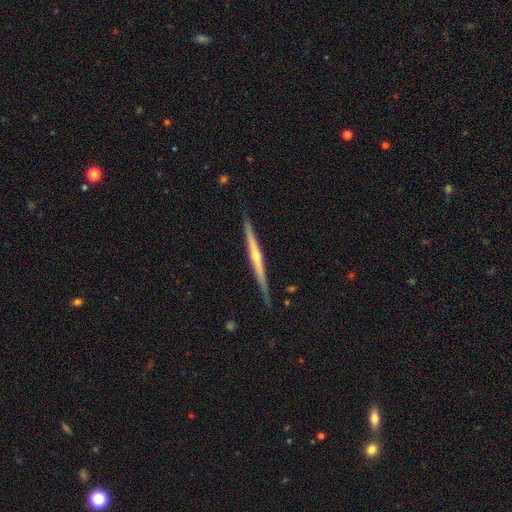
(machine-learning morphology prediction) A featured or disk galaxy (79%) viewed edge-on (98%) with a rounded central bulge (77%). Merging: none (87%).